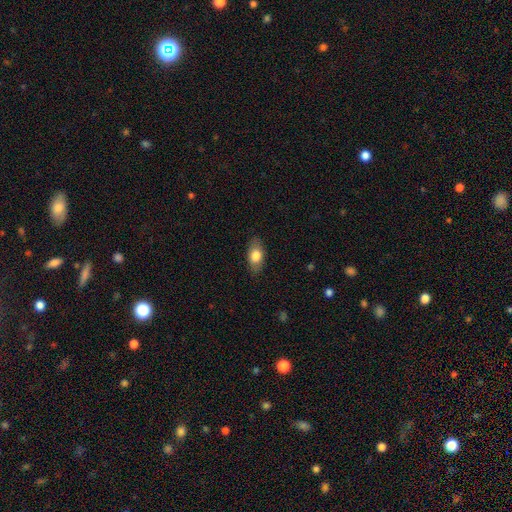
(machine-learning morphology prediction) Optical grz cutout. It shows a smooth galaxy with no disk features (77%) that is in between round and cigar-shaped (89%). Merging: none (85%).